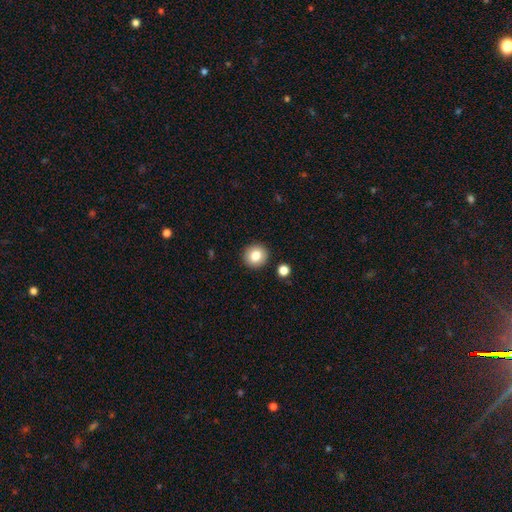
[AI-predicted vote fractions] Smooth or featured? Predicted: smooth (p=0.81). How rounded? Predicted: round (p=0.92). Merging? Predicted: none (p=0.91).